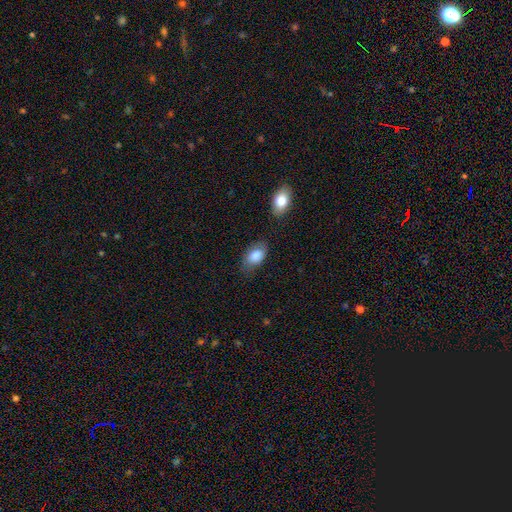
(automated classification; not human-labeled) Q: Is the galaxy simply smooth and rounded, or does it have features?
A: smooth — 85%.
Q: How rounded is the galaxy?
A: in between — 91%.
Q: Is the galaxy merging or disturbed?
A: none — 66%.